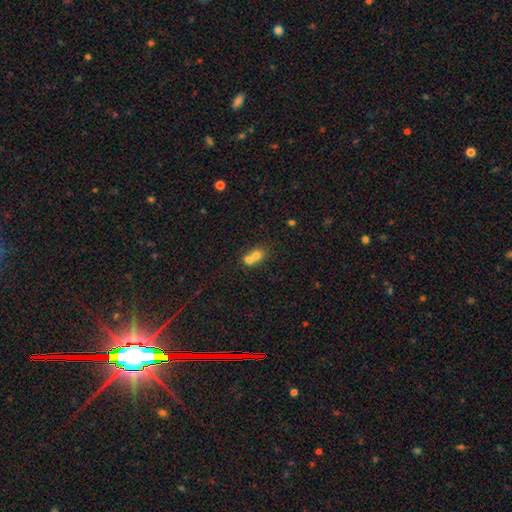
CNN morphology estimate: Overall: smooth (71%). How rounded: round (55%; in between 43%). Merging: merger (69%).